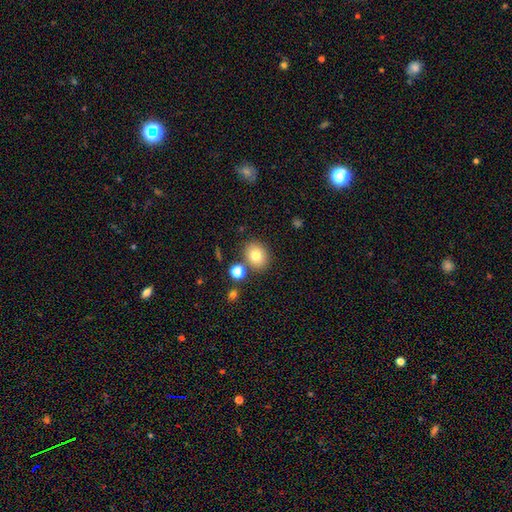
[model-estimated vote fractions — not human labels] Overall: smooth (78%). How rounded: round (58%; in between 41%). Merging: none (79%).